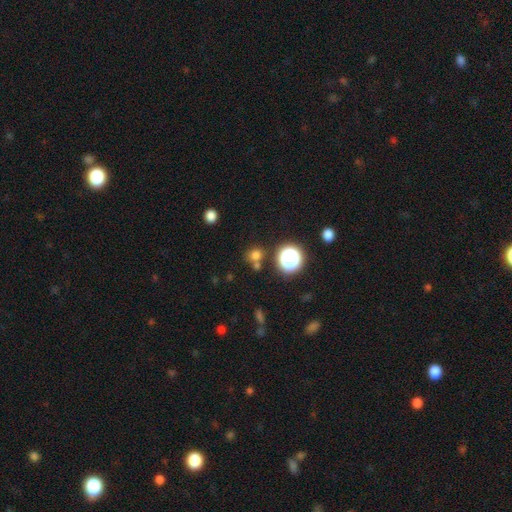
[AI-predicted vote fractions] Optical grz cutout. It shows a smooth galaxy with no disk features (71%) that is round (84%). Merging: none (68%).